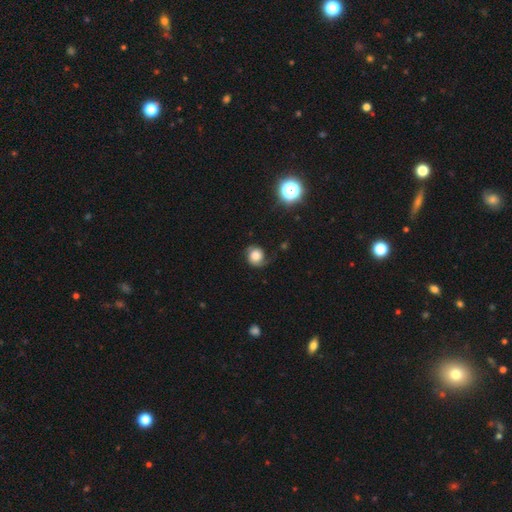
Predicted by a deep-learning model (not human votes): This appears to be a smooth galaxy with no disk features (48%). Merging: none (61%).